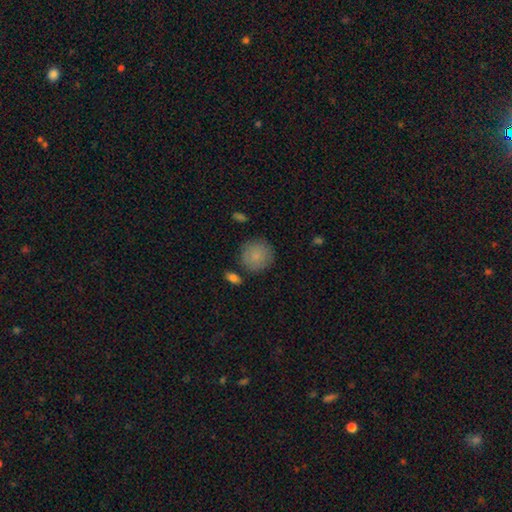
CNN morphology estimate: type=smooth (84%); roundness=round (91%); merging=none (81%).